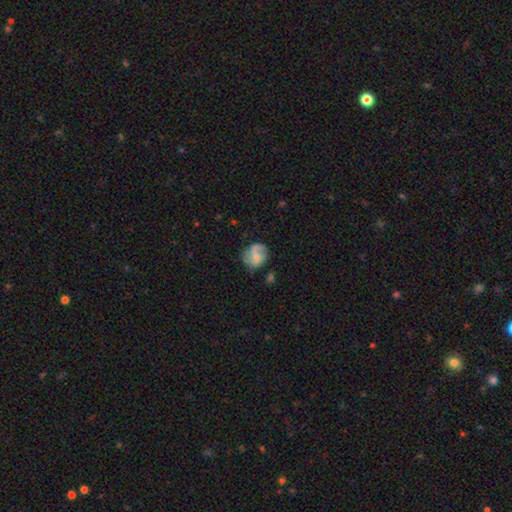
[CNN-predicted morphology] Smooth or featured? smooth (48%)
Merging? none (55%)